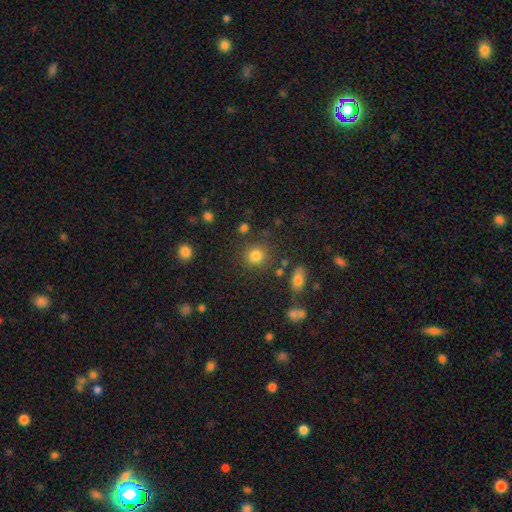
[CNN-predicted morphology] type=smooth (81%); roundness=round (87%); merging=none (81%).